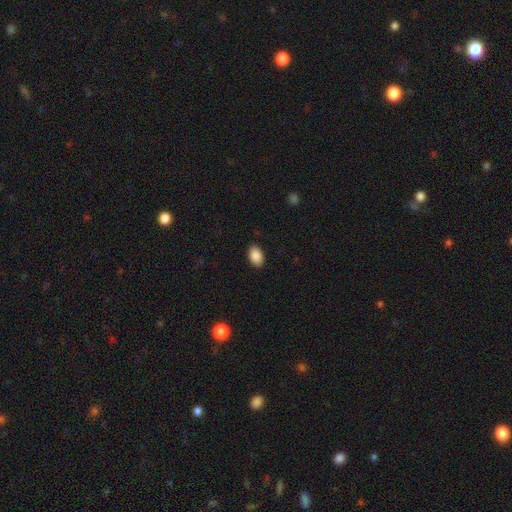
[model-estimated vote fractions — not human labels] A smooth galaxy with no disk features (89%) that is in between round and cigar-shaped (90%). Merging: none (88%).